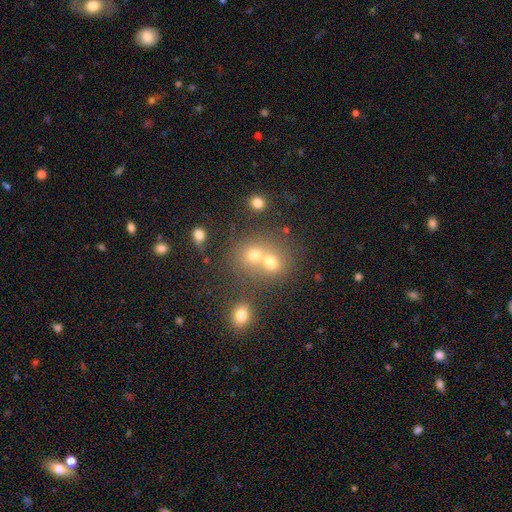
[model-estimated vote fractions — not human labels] Smooth or featured: smooth — 63% (star or artifact — 20%)
How rounded: round — 75% (in between — 24%)
Merging: merger — 54% (none — 36%)